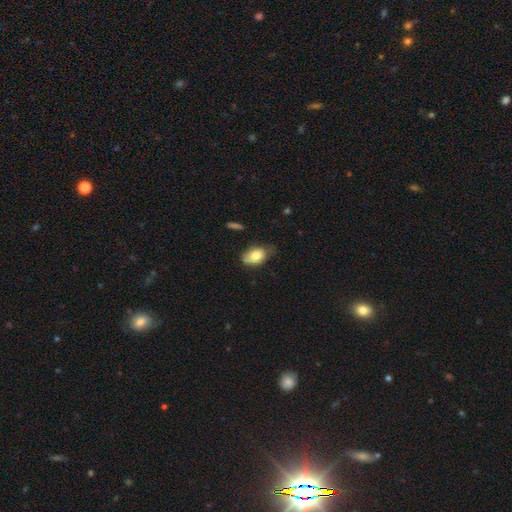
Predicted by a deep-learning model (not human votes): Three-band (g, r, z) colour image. It shows a smooth galaxy with no disk features (80%) that is in between round and cigar-shaped (87%). Merging: none (59%).